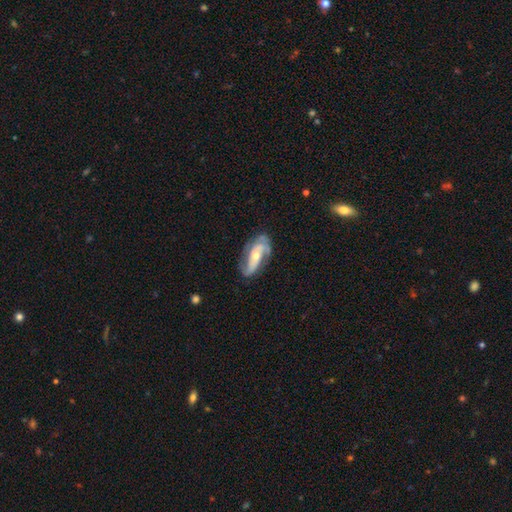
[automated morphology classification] Smooth or featured: featured or disk — 81% (smooth — 13%)
Edge-on disk: no — 93% (yes — 7%)
Bar: no — 49% (weak — 30%)
Spiral arms: yes — 94% (no — 6%)
Spiral winding: medium — 43% (tight — 29%)
Spiral arm count: 2 — 68% (3 — 12%)
Bulge size: moderate — 49% (small — 46%)
Merging: none — 68% (minor disturbance — 21%)